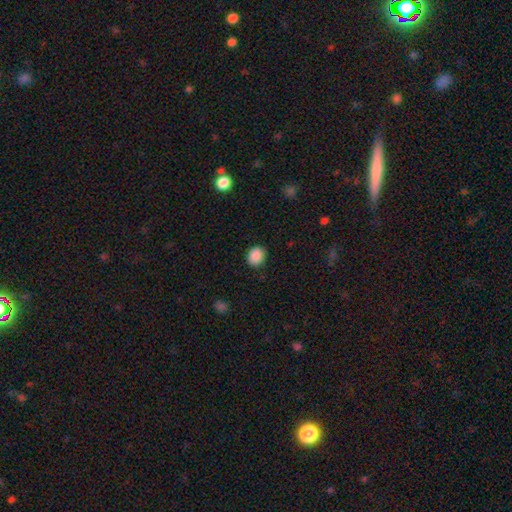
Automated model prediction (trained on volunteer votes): This appears to be a smooth galaxy with no disk features (89%) that is round (60%). Merging: none (87%).